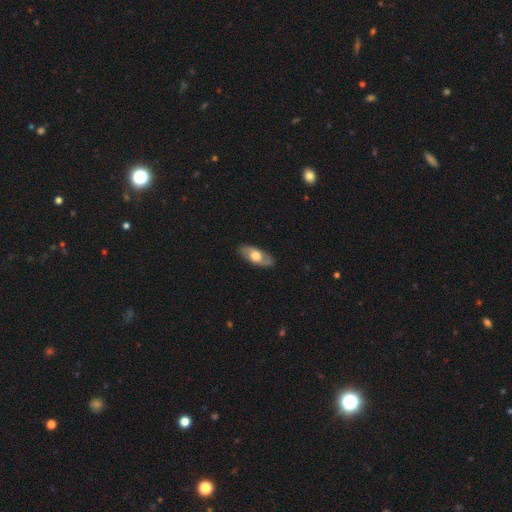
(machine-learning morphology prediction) A featured or disk galaxy (49%). Merging: none (86%).